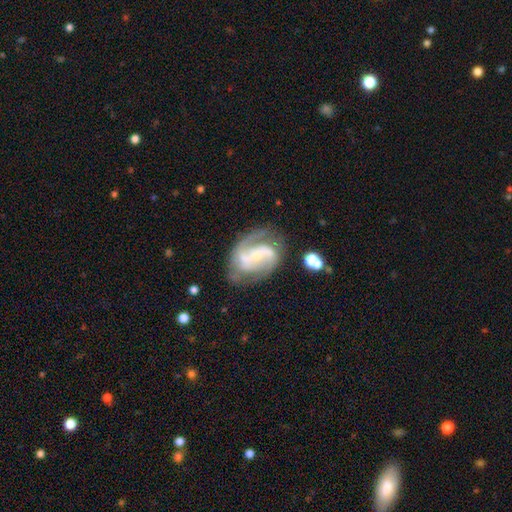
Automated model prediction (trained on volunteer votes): A featured or disk galaxy (87%) with a weak bar (42%), 2 (81%) medium (52%) spiral arms (96%) and a small central bulge (62%). Merging: none (66%).